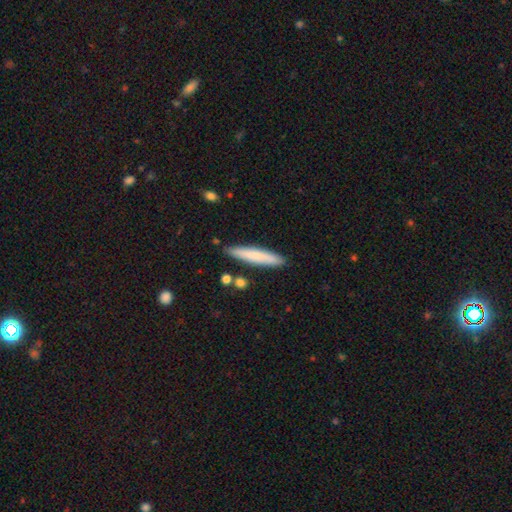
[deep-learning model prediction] A smooth galaxy with no disk features (75%) that is cigar-shaped (91%).

Vote fractions:
- Smooth or featured? smooth: 75% / featured or disk: 19% / star or artifact: 6%
- How rounded? cigar-shaped: 91% / in between: 7% / round: 1%
- Merging? none: 86% / minor disturbance: 9% / merger: 3% / major disturbance: 2%